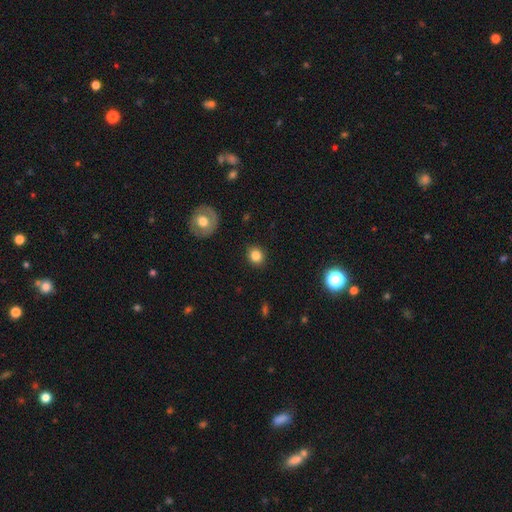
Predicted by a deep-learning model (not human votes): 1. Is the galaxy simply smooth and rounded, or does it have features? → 83% smooth, 11% star or artifact, 6% featured or disk.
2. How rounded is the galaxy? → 80% round, 19% in between, 1% cigar-shaped.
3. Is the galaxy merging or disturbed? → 90% none, 7% minor disturbance, 2% major disturbance, 1% merger.